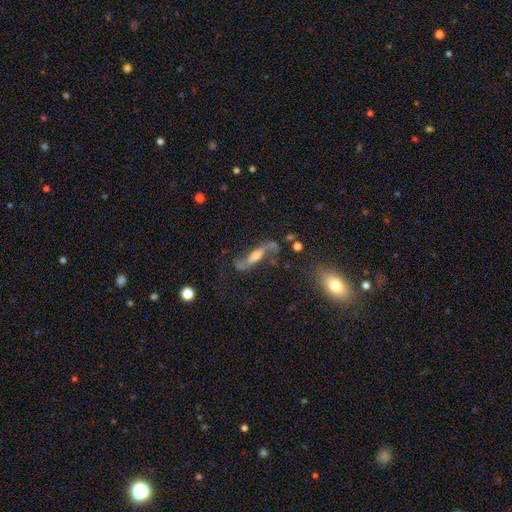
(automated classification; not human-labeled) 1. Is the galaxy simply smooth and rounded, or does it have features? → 75% featured or disk, 17% smooth, 8% star or artifact.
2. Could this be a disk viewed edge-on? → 63% no, 37% yes.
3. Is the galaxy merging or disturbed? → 57% none, 20% minor disturbance, 18% major disturbance, 6% merger.